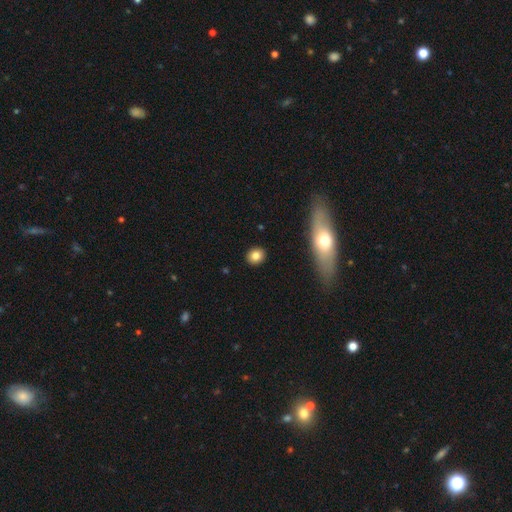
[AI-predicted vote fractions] Smooth or featured: smooth — 82% (star or artifact — 9%)
How rounded: round — 78% (in between — 21%)
Merging: none — 90% (minor disturbance — 6%)